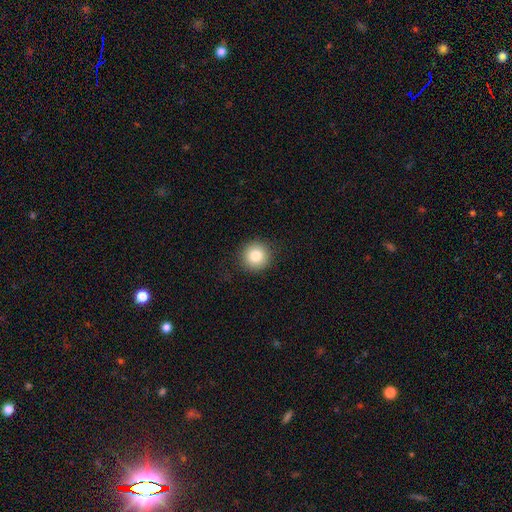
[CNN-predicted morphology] Smooth or featured? smooth (83%)
How rounded? round (93%)
Merging? none (90%)